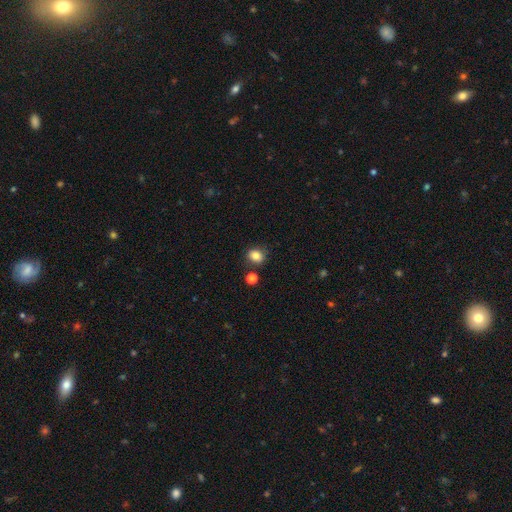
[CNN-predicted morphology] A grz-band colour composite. It shows a smooth galaxy with no disk features (84%) that is round (57%). Merging: none (79%).